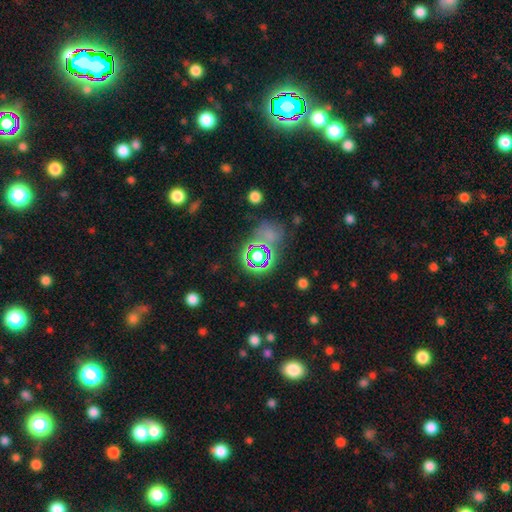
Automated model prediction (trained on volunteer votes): A star or artifact, not a galaxy (53%).